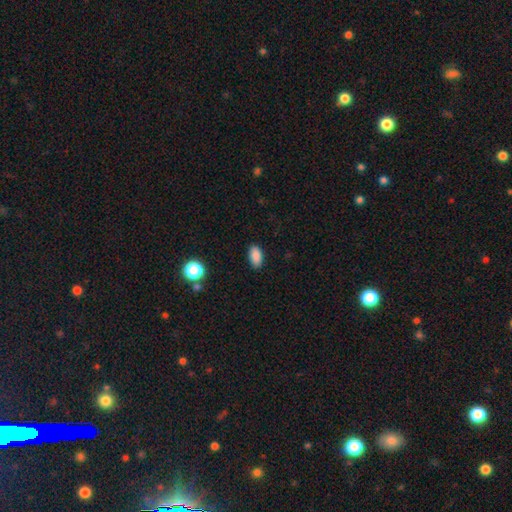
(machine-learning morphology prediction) smooth_or_featured: smooth (p=0.88) [alt: star or artifact p=0.09]
how_rounded: in between (p=0.91) [alt: round p=0.05]
merging: none (p=0.87) [alt: minor disturbance p=0.09]